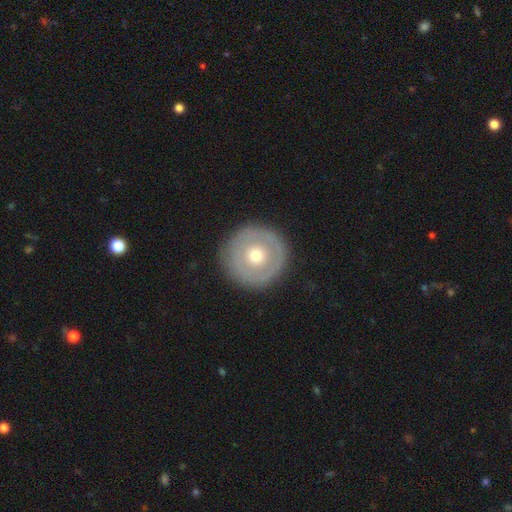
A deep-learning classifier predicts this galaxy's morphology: Smooth or featured: smooth — 51% (featured or disk — 43%)
How rounded: round — 95% (in between — 4%)
Merging: none — 88% (minor disturbance — 8%)